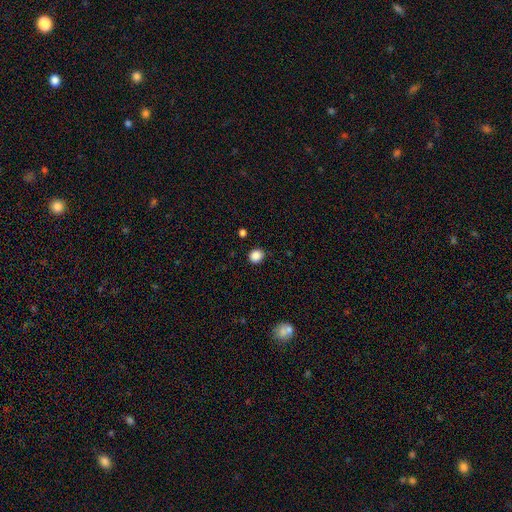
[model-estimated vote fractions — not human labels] Overall: smooth (87%). How rounded: round (81%). Merging: none (88%).